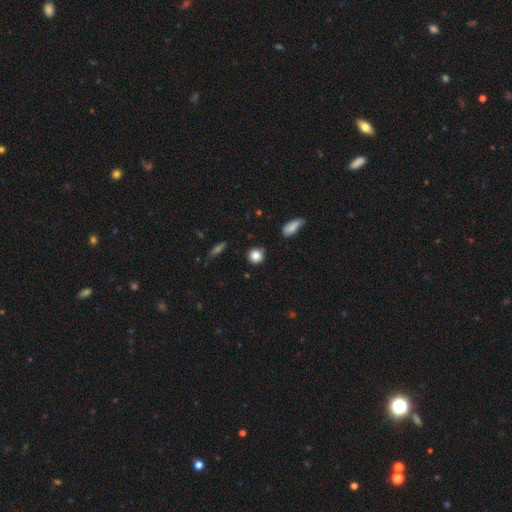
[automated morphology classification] Q: Smooth or featured?
A: smooth (84%); runner-up: star or artifact (10%)
Q: How rounded?
A: round (86%); runner-up: in between (12%)
Q: Merging?
A: none (83%); runner-up: minor disturbance (12%)